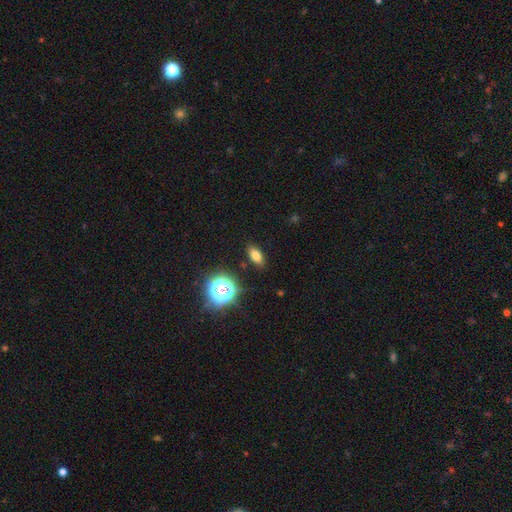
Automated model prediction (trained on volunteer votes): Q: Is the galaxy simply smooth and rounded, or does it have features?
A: smooth — 71%.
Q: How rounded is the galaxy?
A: in between — 82%.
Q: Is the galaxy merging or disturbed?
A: none — 87%.